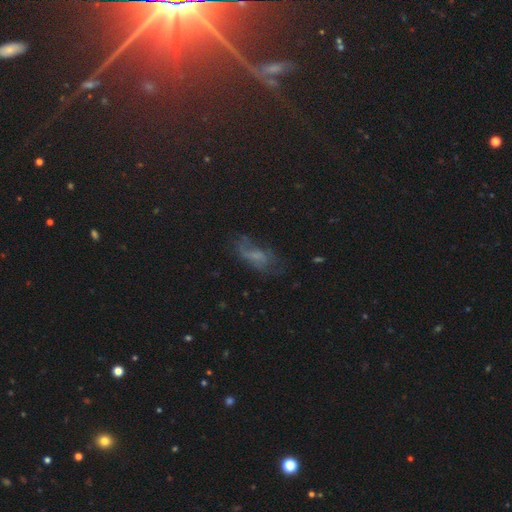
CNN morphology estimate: A smooth galaxy with no disk features (41%).

Vote fractions:
- Smooth or featured? smooth: 41% / featured or disk: 36% / star or artifact: 23%
- Merging? none: 43% / major disturbance: 29% / minor disturbance: 25% / merger: 4%